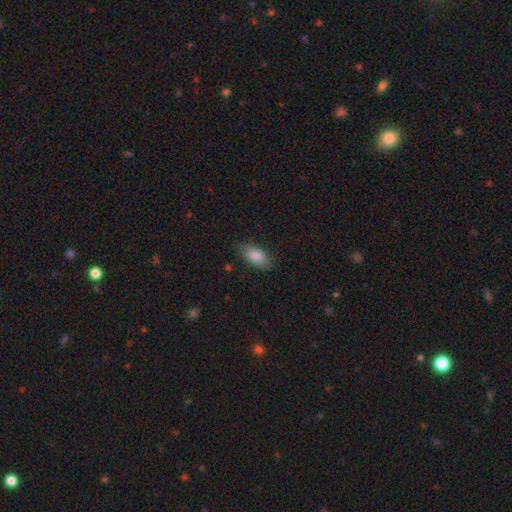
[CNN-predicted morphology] smooth_or_featured: smooth (p=0.84) [alt: featured or disk p=0.09]
how_rounded: in between (p=0.89) [alt: cigar-shaped p=0.08]
merging: none (p=0.81) [alt: minor disturbance p=0.15]